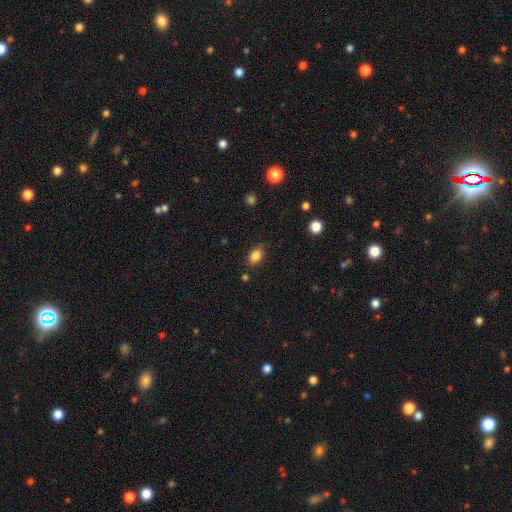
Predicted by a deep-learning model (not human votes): smooth_or_featured: smooth (p=0.86) [alt: star or artifact p=0.09]
how_rounded: in between (p=0.84) [alt: round p=0.14]
merging: none (p=0.82) [alt: minor disturbance p=0.13]